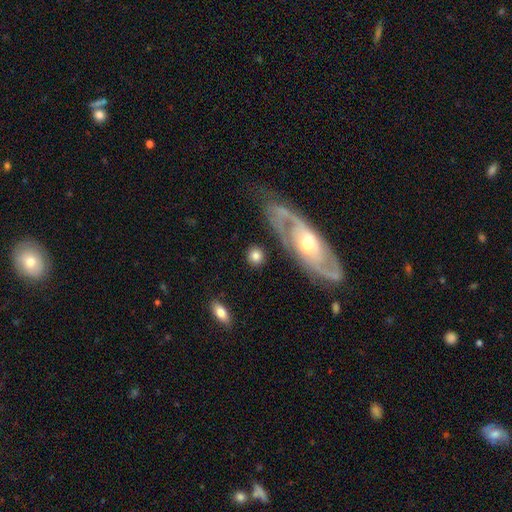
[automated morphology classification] The model was most divided on "smooth or featured": smooth: 74%, featured or disk: 19%, star or artifact: 7%. More confident: merging — none (79%); how rounded — round (78%).